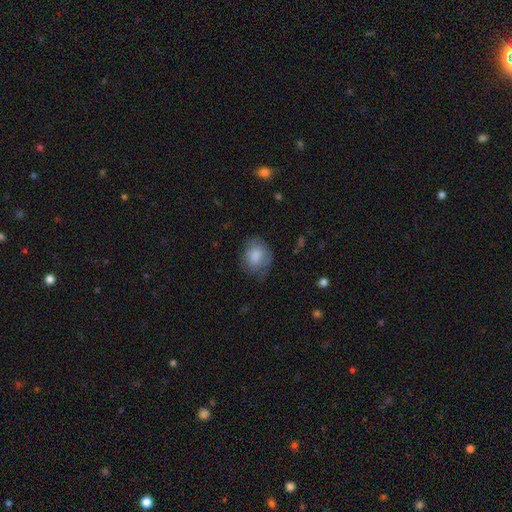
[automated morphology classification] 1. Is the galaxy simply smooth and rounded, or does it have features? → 80% smooth, 13% featured or disk, 7% star or artifact.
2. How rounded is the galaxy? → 65% round, 34% in between, 1% cigar-shaped.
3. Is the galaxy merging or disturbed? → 59% none, 29% minor disturbance, 11% major disturbance, 1% merger.